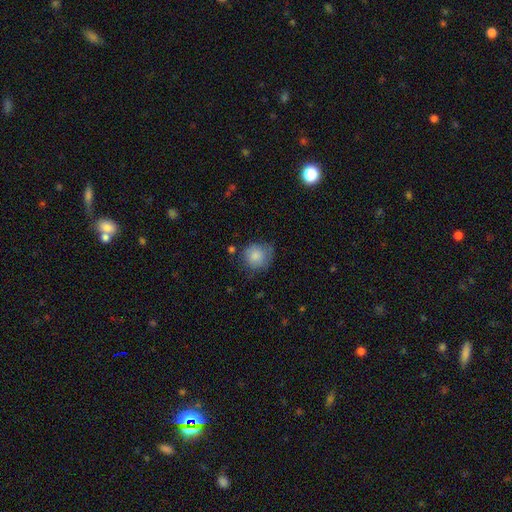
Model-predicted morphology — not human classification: Q: Smooth or featured?
A: smooth (83%); runner-up: featured or disk (10%)
Q: How rounded?
A: round (83%); runner-up: in between (16%)
Q: Merging?
A: none (58%); runner-up: minor disturbance (30%)